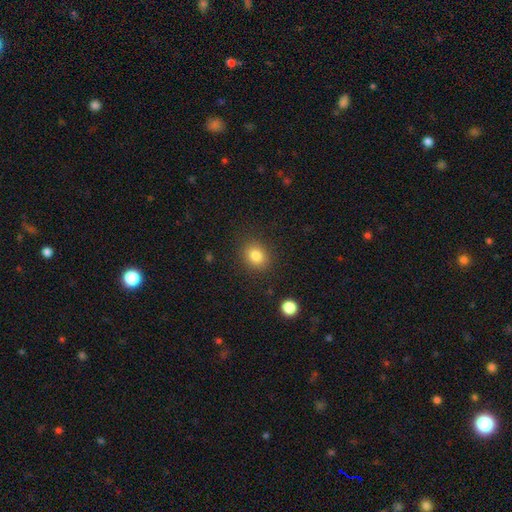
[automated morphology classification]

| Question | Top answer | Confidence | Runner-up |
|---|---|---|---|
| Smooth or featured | smooth | 83% | star or artifact (11%) |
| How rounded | round | 65% | in between (35%) |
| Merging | none | 86% | minor disturbance (9%) |